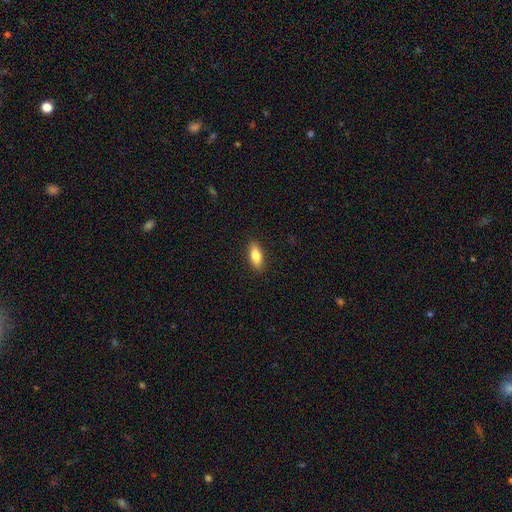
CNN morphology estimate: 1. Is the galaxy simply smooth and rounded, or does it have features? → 81% smooth, 12% featured or disk, 7% star or artifact.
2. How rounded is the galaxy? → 79% in between, 18% cigar-shaped, 3% round.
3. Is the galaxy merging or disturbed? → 89% none, 8% minor disturbance, 2% major disturbance, 1% merger.